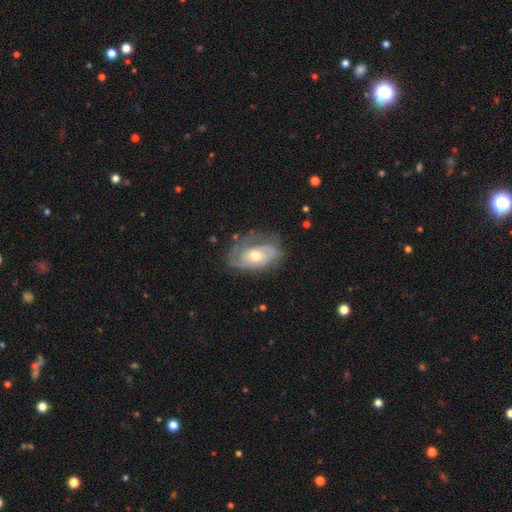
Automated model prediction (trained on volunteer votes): featured or disk 76%, smooth 18%, star or artifact 5%. Down the decision tree: edge-on disk — no (95%); bar — no (65%); spiral arms — yes (87%); spiral arm count — 2 (46%); spiral winding — tight (52%); bulge size — moderate (69%); merging — none (63%).